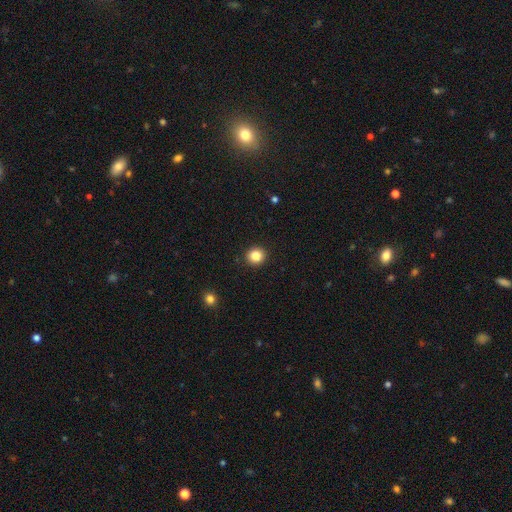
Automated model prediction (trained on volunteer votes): The model was most divided on "smooth or featured": smooth: 85%, star or artifact: 11%, featured or disk: 5%. More confident: merging — none (93%); how rounded — round (91%).